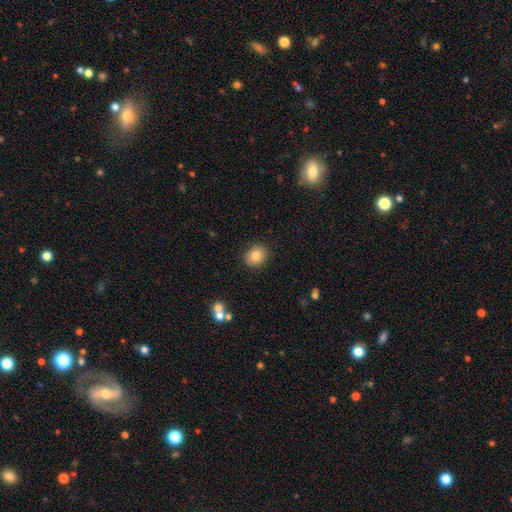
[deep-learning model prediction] Smooth or featured? smooth (83%)
How rounded? round (75%)
Merging? none (89%)